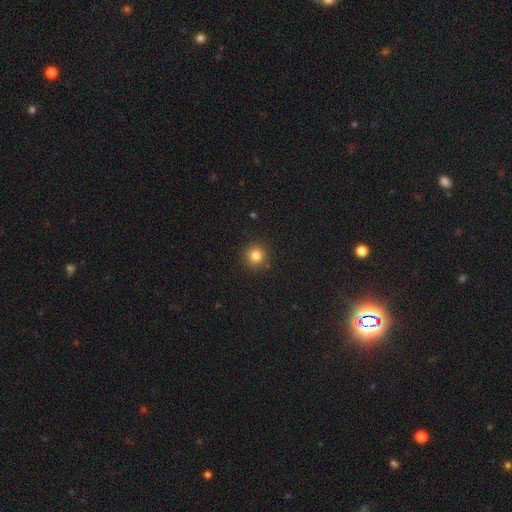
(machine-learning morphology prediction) Smooth or featured? Predicted: smooth (p=0.82). How rounded? Predicted: round (p=0.94). Merging? Predicted: none (p=0.90).